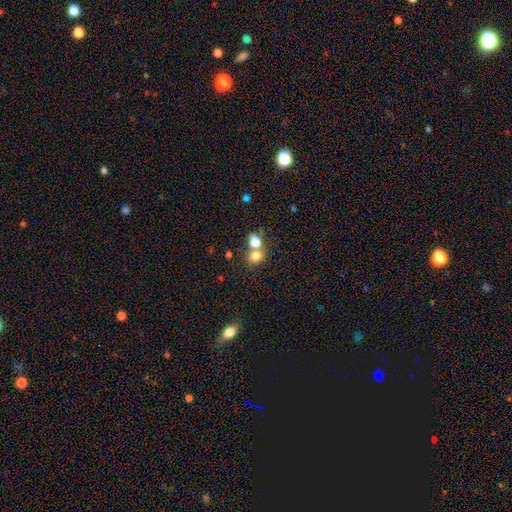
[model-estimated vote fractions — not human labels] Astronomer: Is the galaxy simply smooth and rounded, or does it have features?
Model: smooth — 78%.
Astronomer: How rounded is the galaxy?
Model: round — 55% (runner-up: in between, 44%).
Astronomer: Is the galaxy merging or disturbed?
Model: merger — 51% (runner-up: none, 38%).